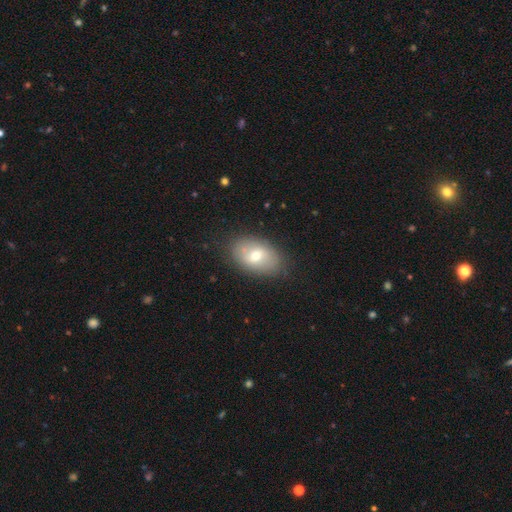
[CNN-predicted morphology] smooth 62%, featured or disk 30%, star or artifact 8%. Down the decision tree: how rounded — in between (89%); merging — none (82%).